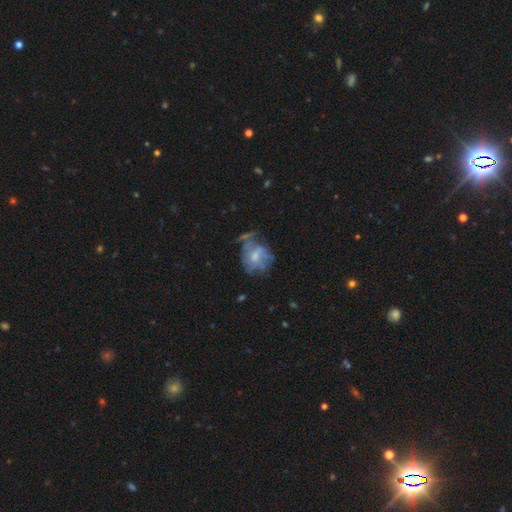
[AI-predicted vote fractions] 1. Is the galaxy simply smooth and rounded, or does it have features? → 54% featured or disk, 36% smooth, 9% star or artifact.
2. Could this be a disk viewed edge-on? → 97% no, 3% yes.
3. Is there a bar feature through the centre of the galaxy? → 58% no, 35% weak, 7% strong.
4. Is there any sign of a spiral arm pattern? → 57% no, 43% yes.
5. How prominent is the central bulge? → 44% moderate, 32% small, 17% none, 6% large, 1% dominant.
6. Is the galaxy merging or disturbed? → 36% none, 30% major disturbance, 27% minor disturbance, 7% merger.